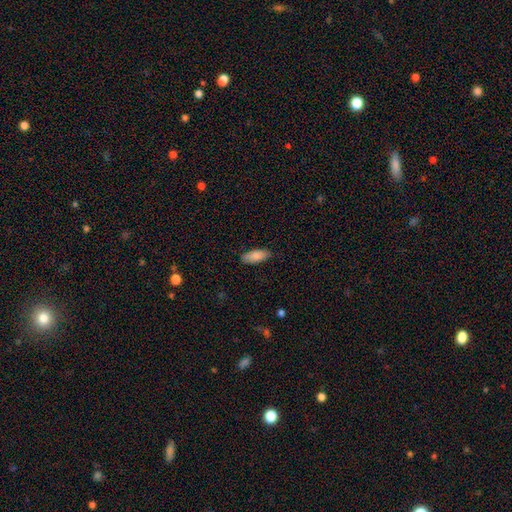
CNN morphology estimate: smooth_or_featured: smooth (p=0.86) [alt: featured or disk p=0.08]
how_rounded: in between (p=0.81) [alt: cigar-shaped p=0.17]
merging: none (p=0.86) [alt: minor disturbance p=0.11]